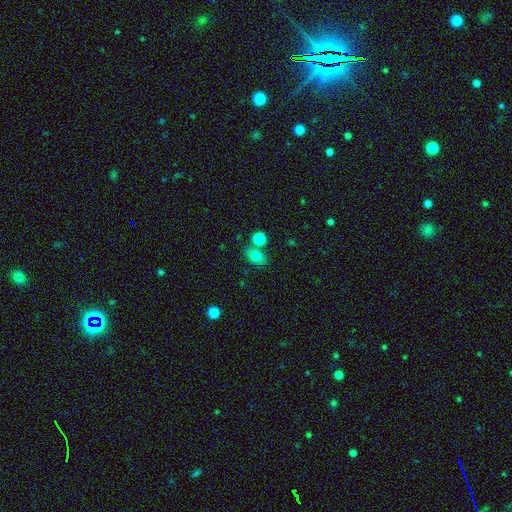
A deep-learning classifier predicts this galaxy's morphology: A smooth galaxy with no disk features (79%) that is in between round and cigar-shaped (69%). Merging: none (64%).